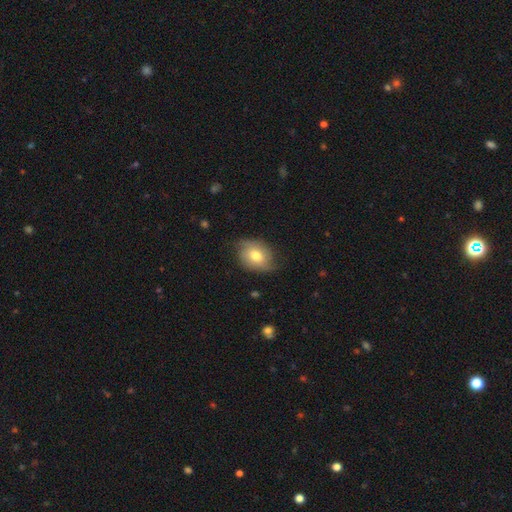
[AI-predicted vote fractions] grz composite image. It shows a smooth galaxy with no disk features (62%) that is in between round and cigar-shaped (56%). Merging: none (65%).